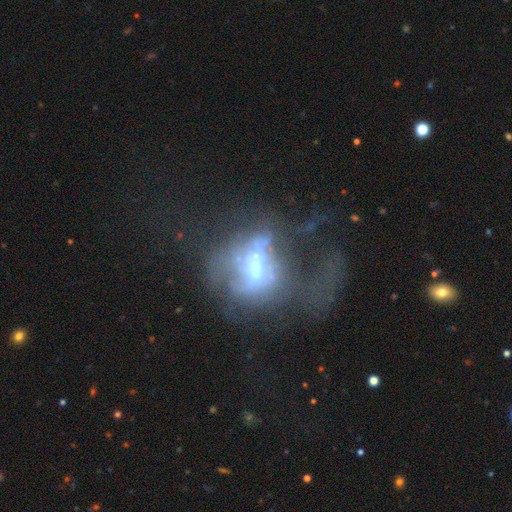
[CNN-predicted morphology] Smooth or featured? featured or disk (62%)
Edge-on disk? no (95%)
Bar? no (60%)
Spiral arms? no (67%)
Bulge size? moderate (48%)
Merging? major disturbance (44%)